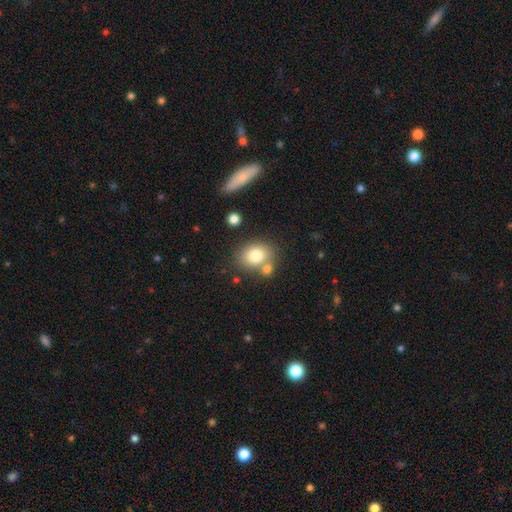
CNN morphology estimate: Smooth or featured? Predicted: smooth (p=0.78). How rounded? Predicted: in between (p=0.53). Merging? Predicted: none (p=0.60).